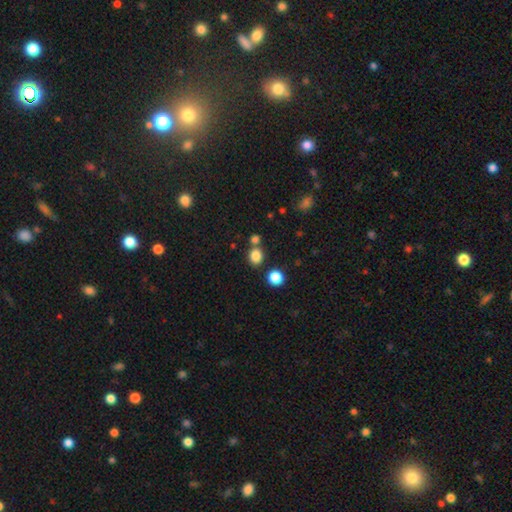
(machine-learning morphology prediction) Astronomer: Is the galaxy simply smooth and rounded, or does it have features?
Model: smooth — 83%.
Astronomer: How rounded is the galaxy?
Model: round — 74%.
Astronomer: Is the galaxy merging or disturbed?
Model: none — 70%.